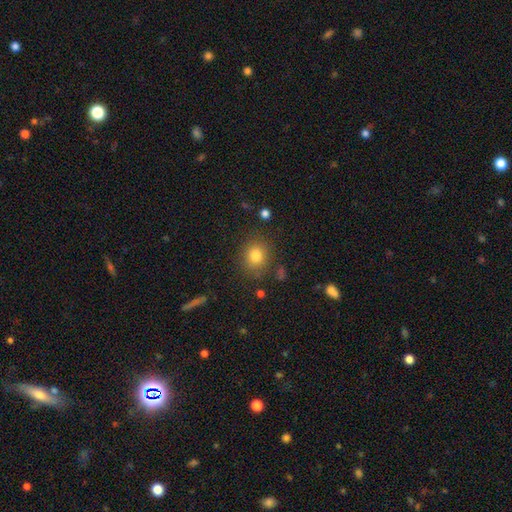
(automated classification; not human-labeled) Smooth or featured? Predicted: smooth (p=0.81). How rounded? Predicted: round (p=0.75). Merging? Predicted: none (p=0.82).